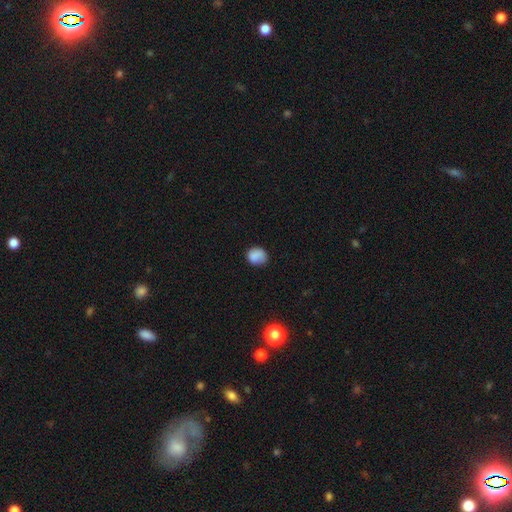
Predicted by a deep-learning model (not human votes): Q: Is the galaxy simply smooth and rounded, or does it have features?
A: smooth — 82%.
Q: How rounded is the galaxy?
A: round — 71%.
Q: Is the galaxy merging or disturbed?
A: none — 68%.